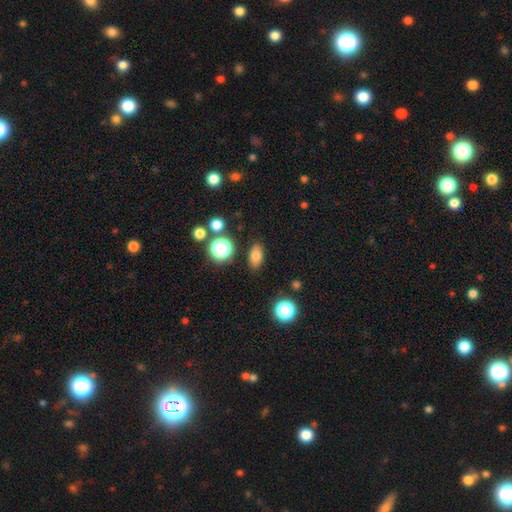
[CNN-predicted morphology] type=smooth (75%); roundness=in between (81%); merging=none (85%).